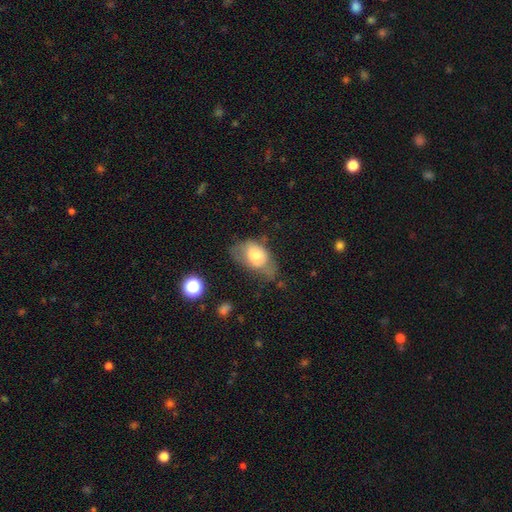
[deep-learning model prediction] A smooth galaxy with no disk features (67%) that is in between round and cigar-shaped (86%).

Vote fractions:
- Smooth or featured? smooth: 67% / featured or disk: 25% / star or artifact: 8%
- How rounded? in between: 86% / round: 12% / cigar-shaped: 2%
- Merging? minor disturbance: 36% (tied) / none: 36% (tied) / major disturbance: 24% / merger: 3%